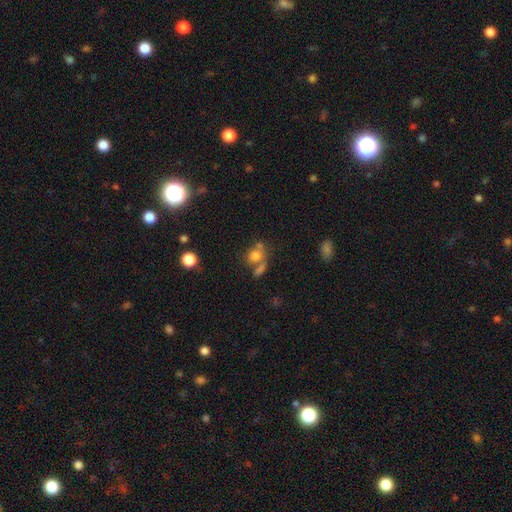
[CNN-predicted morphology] smooth_or_featured: smooth (p=0.72) [alt: star or artifact p=0.14]
how_rounded: round (p=0.63) [alt: in between p=0.35]
merging: none (p=0.41) [alt: merger p=0.38]